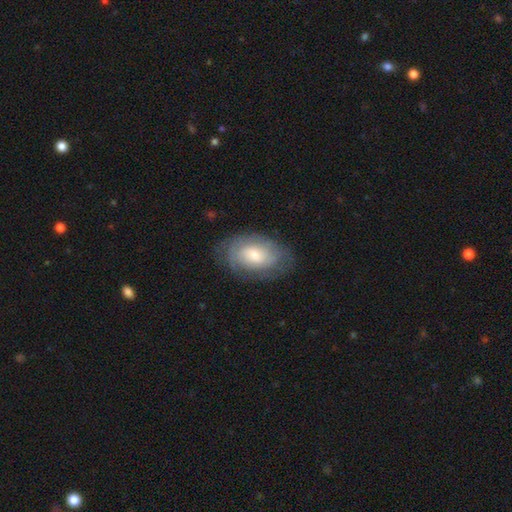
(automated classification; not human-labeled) smooth-or-featured: smooth: 49% | featured or disk: 44% | star or artifact: 7%
  merging: none: 74% | minor disturbance: 18% | major disturbance: 7% | merger: 1%